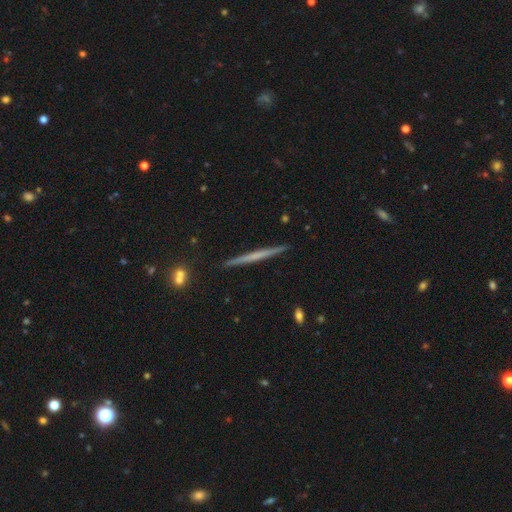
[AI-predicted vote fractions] Overall: featured or disk (56%; smooth 38%). Edge-on disk: yes (98%). Edge-on bulge: none (83%). Merging: none (92%).